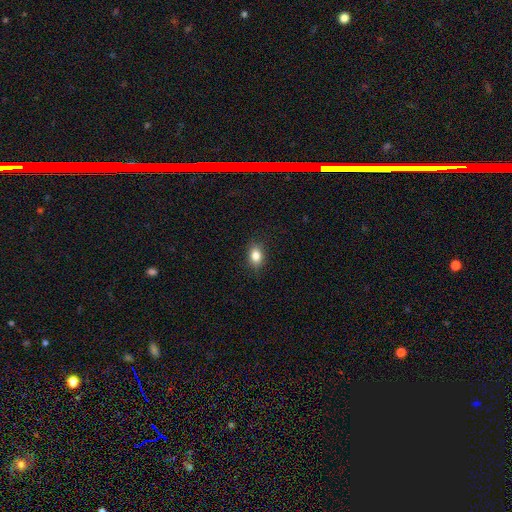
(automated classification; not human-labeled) smooth-or-featured: smooth: 84% | star or artifact: 9% | featured or disk: 7%
  how-rounded: in between: 73% | round: 26% | cigar-shaped: 2%
  merging: none: 87% | minor disturbance: 10% | major disturbance: 2% | merger: 1%